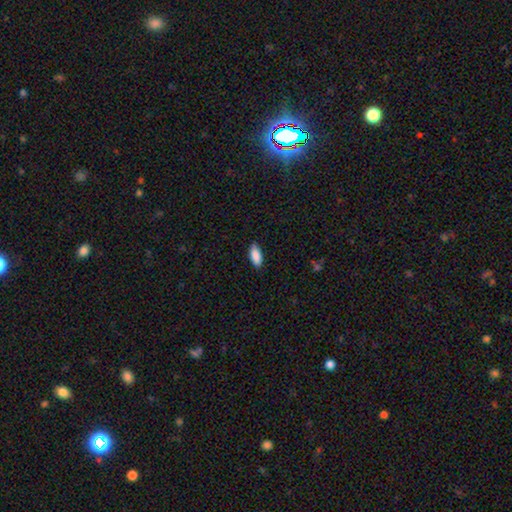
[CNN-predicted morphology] A smooth galaxy with no disk features (89%) that is in between round and cigar-shaped (87%). Merging: none (85%).